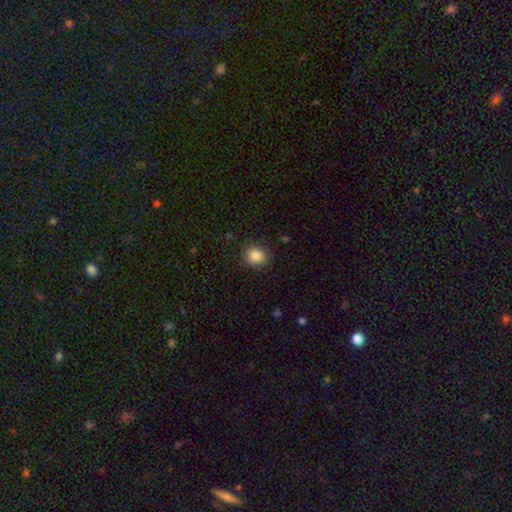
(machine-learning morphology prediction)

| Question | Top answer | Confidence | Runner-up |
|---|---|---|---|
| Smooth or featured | smooth | 86% | star or artifact (10%) |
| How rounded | round | 83% | in between (16%) |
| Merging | none | 88% | minor disturbance (8%) |